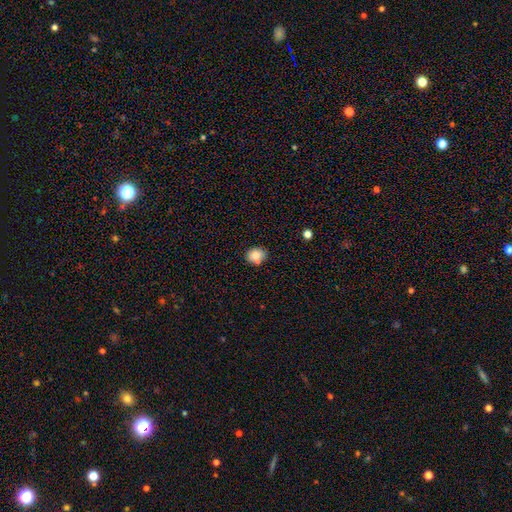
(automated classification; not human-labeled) A smooth galaxy with no disk features (79%) that is in between round and cigar-shaped (52%).

Vote fractions:
- Smooth or featured? smooth: 79% / featured or disk: 11% / star or artifact: 10%
- How rounded? in between: 52% / round: 47% / cigar-shaped: 1%
- Merging? none: 66% / minor disturbance: 16% / merger: 15% / major disturbance: 4%